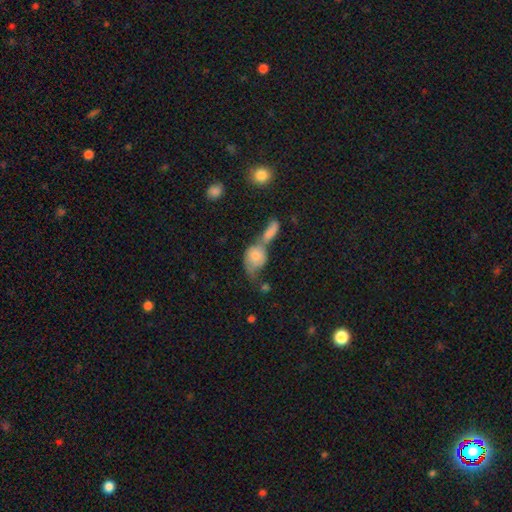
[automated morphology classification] A smooth galaxy with no disk features (69%) that is in between round and cigar-shaped (58%). Merging: merger (58%).